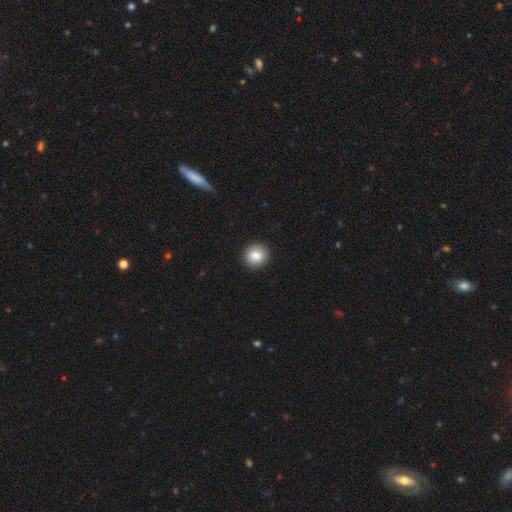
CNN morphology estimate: A smooth galaxy with no disk features (86%) that is round (83%).

Vote fractions:
- Smooth or featured? smooth: 86% / star or artifact: 8% / featured or disk: 6%
- How rounded? round: 83% / in between: 16% / cigar-shaped: 1%
- Merging? none: 91% / minor disturbance: 6% / major disturbance: 2% / merger: 1%